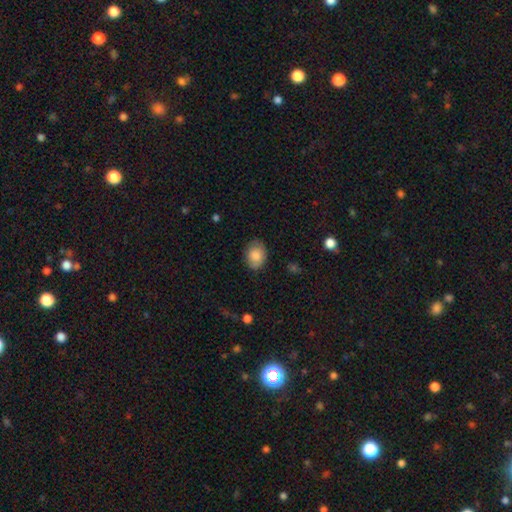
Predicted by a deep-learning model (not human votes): Overall: smooth (82%). How rounded: in between (69%; round 30%). Merging: none (79%).